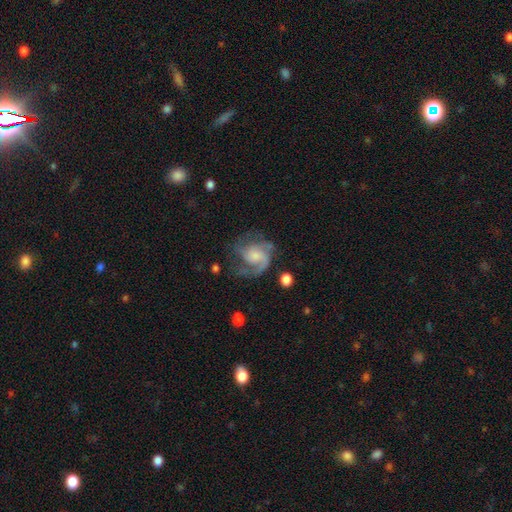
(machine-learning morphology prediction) A featured or disk galaxy (76%) with no bar (66%), 2 (29%) medium (48%) spiral arms (93%) and a small central bulge (37%).

Vote fractions:
- Smooth or featured? featured or disk: 76% / smooth: 17% / star or artifact: 7%
- Edge-on disk? no: 98% / yes: 2%
- Bar? no: 66% / weak: 29% / strong: 5%
- Spiral arms? yes: 93% / no: 7%
- Spiral winding? medium: 48% / loose: 27% / tight: 25%
- Spiral arm count? 2: 29% / 3: 26% / 1: 20% / can't tell: 15% / 4: 5% / more than 4: 4%
- Bulge size? small: 37% / moderate: 30% / none: 20% / large: 11% / dominant: 2%
- Merging? none: 52% / major disturbance: 25% / minor disturbance: 20% / merger: 3%